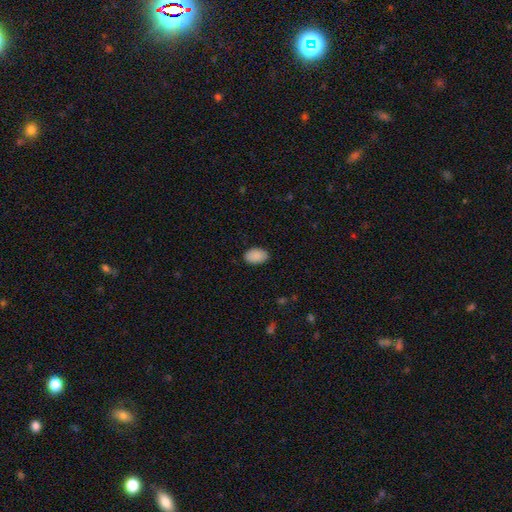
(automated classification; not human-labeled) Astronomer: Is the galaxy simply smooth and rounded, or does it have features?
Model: smooth — 90%.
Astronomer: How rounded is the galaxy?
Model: in between — 91%.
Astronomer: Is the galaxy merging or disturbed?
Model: none — 87%.